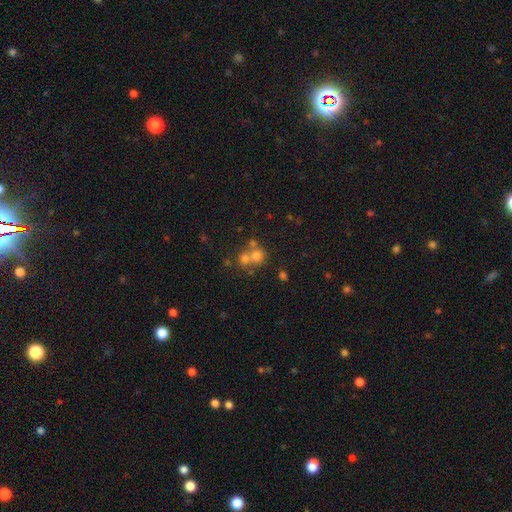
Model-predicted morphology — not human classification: smooth-or-featured: smooth: 64% | star or artifact: 18% | featured or disk: 18%
  how-rounded: round: 83% | in between: 17% | cigar-shaped: 1%
  merging: merger: 53% | none: 37% | minor disturbance: 6% | major disturbance: 3%